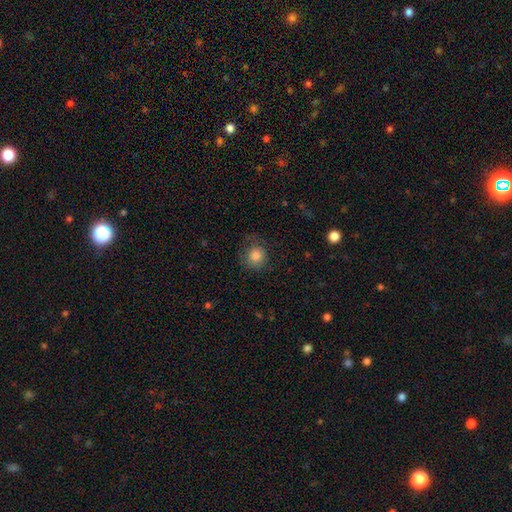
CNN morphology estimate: The model was most divided on "merging": none: 71%, minor disturbance: 19%, major disturbance: 9%, merger: 1%. More confident: how rounded — round (90%); smooth or featured — smooth (83%).